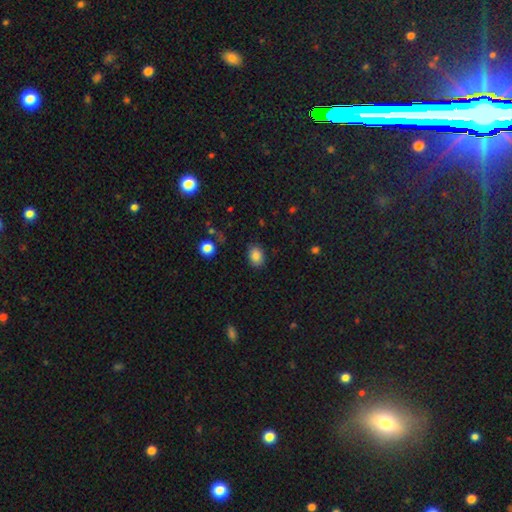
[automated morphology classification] A smooth galaxy with no disk features (85%) that is in between round and cigar-shaped (72%). Merging: none (86%).